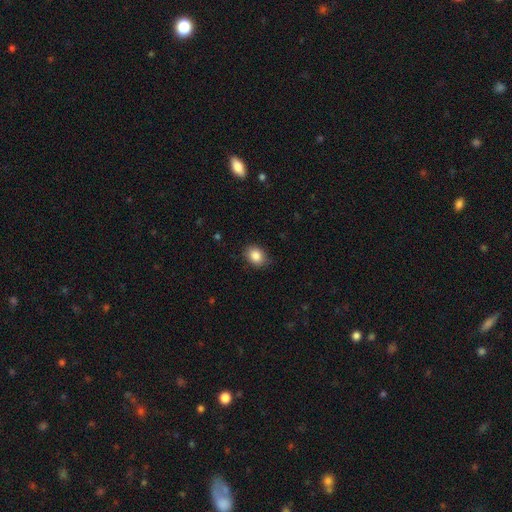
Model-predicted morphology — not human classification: A smooth galaxy with no disk features (86%) that is in between round and cigar-shaped (58%).

Vote fractions:
- Smooth or featured? smooth: 86% / star or artifact: 8% / featured or disk: 5%
- How rounded? in between: 58% / round: 41% / cigar-shaped: 1%
- Merging? none: 83% / minor disturbance: 13% / major disturbance: 3% / merger: 1%